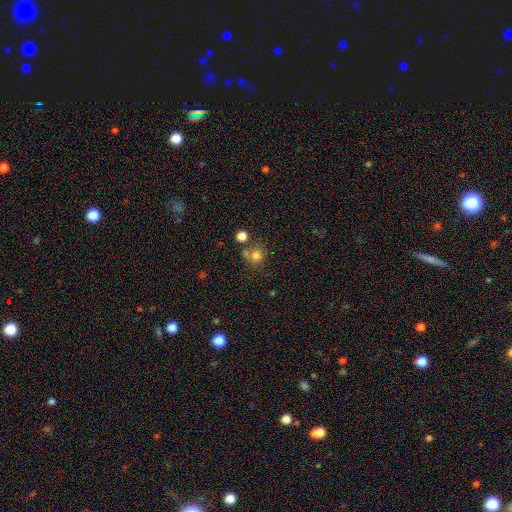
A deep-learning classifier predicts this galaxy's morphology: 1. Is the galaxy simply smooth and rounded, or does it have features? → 76% smooth, 15% star or artifact, 9% featured or disk.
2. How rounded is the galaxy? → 85% round, 14% in between, 1% cigar-shaped.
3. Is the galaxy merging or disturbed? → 59% none, 25% merger, 11% minor disturbance, 5% major disturbance.